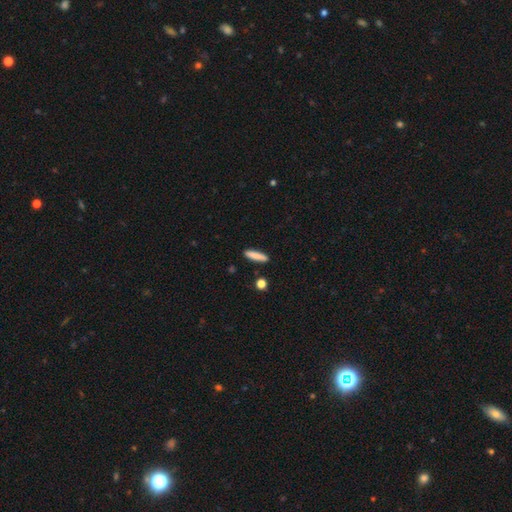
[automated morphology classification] Overall: smooth (84%). How rounded: cigar-shaped (83%). Merging: none (88%).